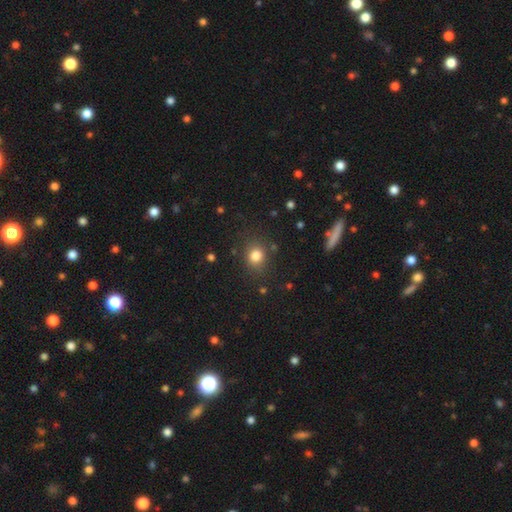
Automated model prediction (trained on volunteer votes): Morphology: type=smooth (80%); roundness=round (71%); merging=none (82%).